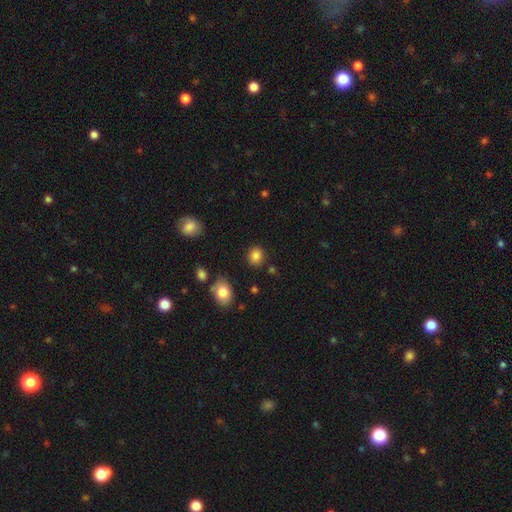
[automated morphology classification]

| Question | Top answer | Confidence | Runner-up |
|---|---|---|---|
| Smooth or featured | smooth | 85% | star or artifact (10%) |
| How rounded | round | 75% | in between (24%) |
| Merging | none | 87% | minor disturbance (8%) |